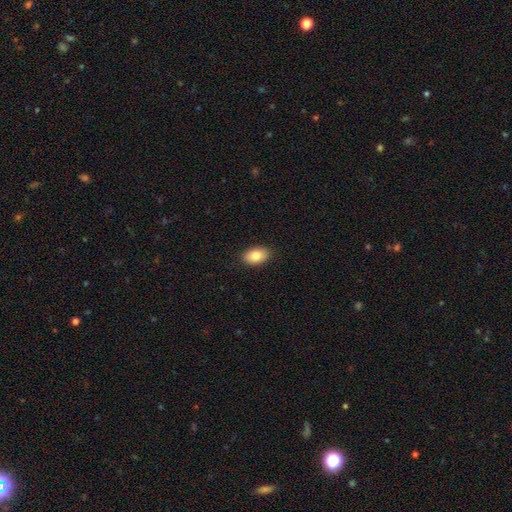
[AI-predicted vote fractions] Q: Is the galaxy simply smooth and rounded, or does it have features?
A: smooth — 84%.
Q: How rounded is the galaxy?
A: in between — 90%.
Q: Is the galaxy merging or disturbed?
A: none — 89%.